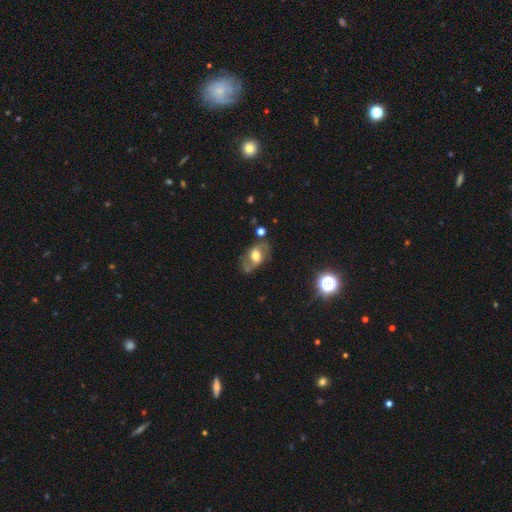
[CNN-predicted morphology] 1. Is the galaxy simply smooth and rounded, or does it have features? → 51% featured or disk, 39% smooth, 9% star or artifact.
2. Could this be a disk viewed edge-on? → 90% no, 10% yes.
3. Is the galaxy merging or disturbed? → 67% none, 20% minor disturbance, 8% major disturbance, 5% merger.